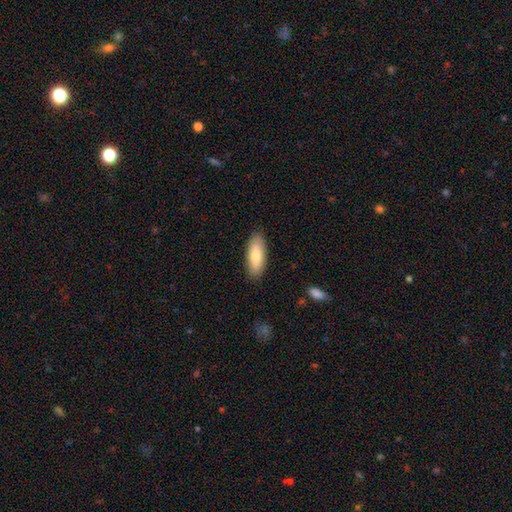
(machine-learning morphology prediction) This is likely a smooth galaxy (76%). How rounded: likely in between (72%). Merging: clearly none (88%).